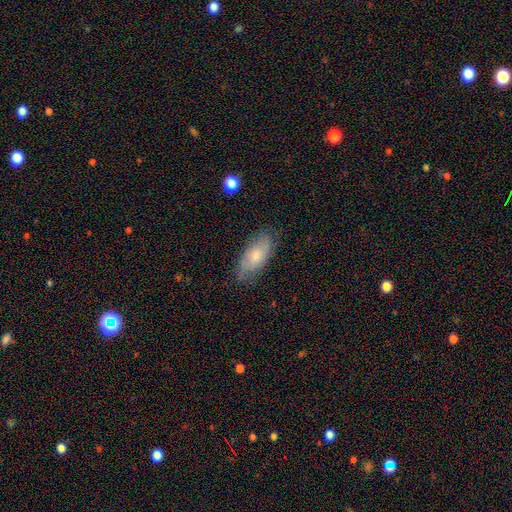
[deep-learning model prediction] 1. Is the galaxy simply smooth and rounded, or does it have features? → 61% smooth, 33% featured or disk, 7% star or artifact.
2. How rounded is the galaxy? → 88% in between, 9% cigar-shaped, 3% round.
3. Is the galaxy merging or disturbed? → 75% none, 19% minor disturbance, 4% major disturbance, 1% merger.